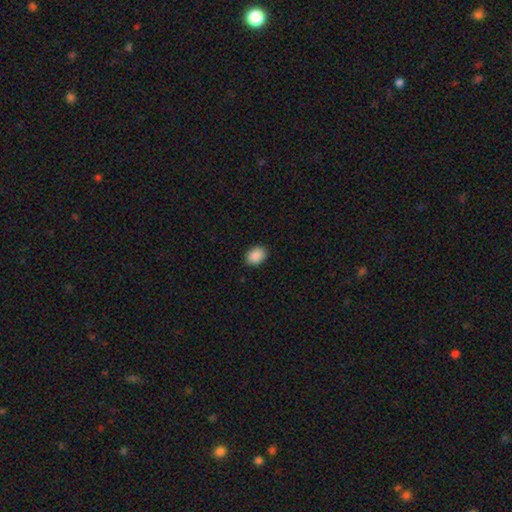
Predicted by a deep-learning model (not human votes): The model was most divided on "how rounded": in between: 70%, round: 29%, cigar-shaped: 1%. More confident: smooth or featured — smooth (90%); merging — none (89%).